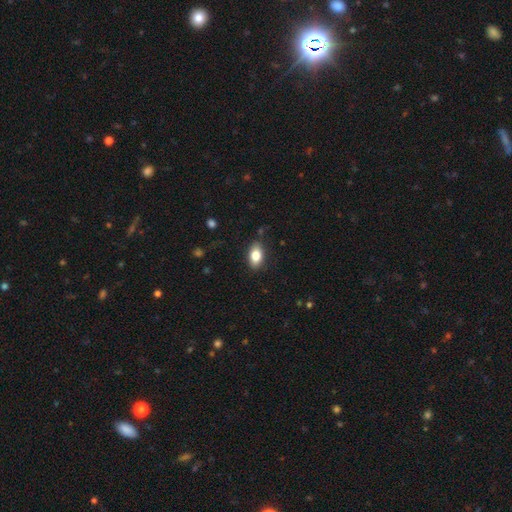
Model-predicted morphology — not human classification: Overall: smooth (82%). How rounded: in between (90%). Merging: none (85%).